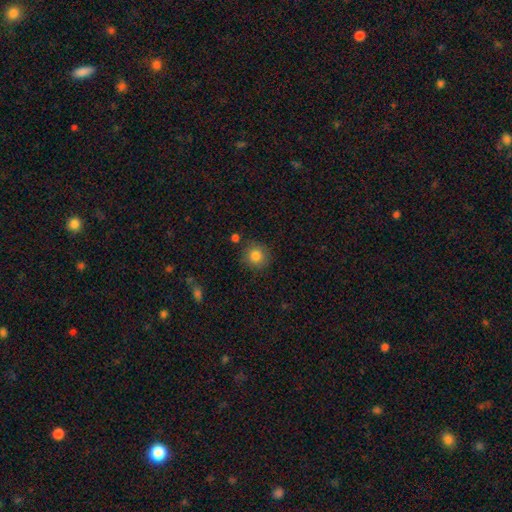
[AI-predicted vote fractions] Overall: smooth (84%). How rounded: round (91%). Merging: none (85%).